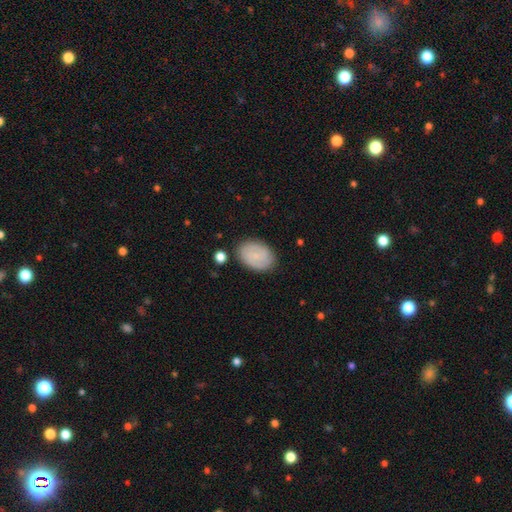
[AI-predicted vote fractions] This appears to be a smooth galaxy with no disk features (53%) that is in between round and cigar-shaped (80%). Merging: none (84%).